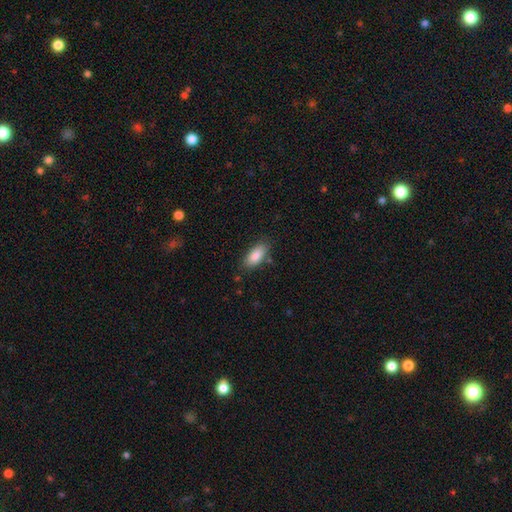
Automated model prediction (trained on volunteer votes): The model was most divided on "merging": none: 81%, minor disturbance: 14%, major disturbance: 3%, merger: 2%. More confident: smooth or featured — smooth (87%); how rounded — in between (87%).